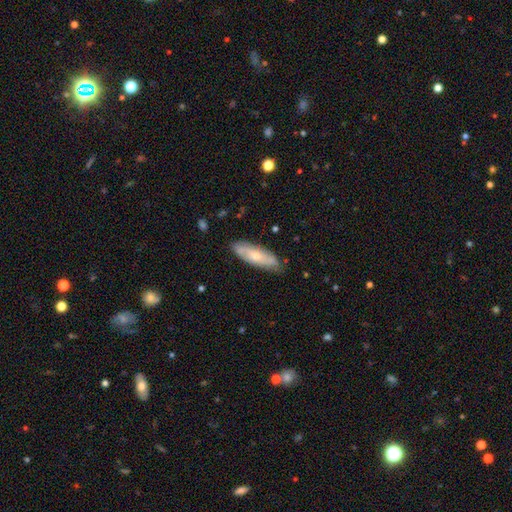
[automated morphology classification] Smooth or featured? smooth (49%)
Merging? none (79%)